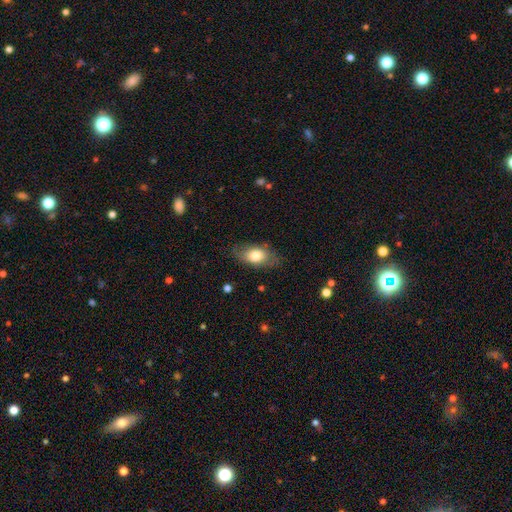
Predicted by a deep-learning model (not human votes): This is likely a smooth galaxy (73%). How rounded: clearly in between (88%). Merging: likely none (75%).